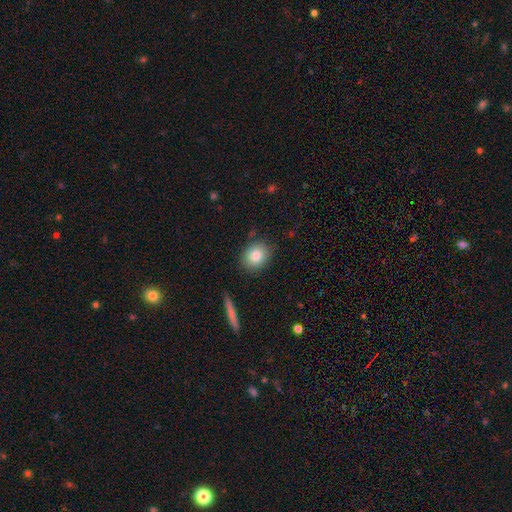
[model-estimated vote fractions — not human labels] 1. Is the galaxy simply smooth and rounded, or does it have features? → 83% smooth, 9% featured or disk, 8% star or artifact.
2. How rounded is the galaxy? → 62% round, 36% in between, 1% cigar-shaped.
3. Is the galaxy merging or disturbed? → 85% none, 11% minor disturbance, 3% major disturbance, 2% merger.